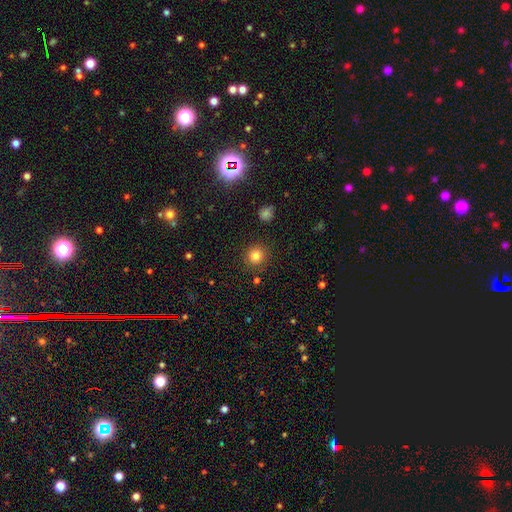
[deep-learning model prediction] Q: Smooth or featured?
A: smooth (82%); runner-up: star or artifact (12%)
Q: How rounded?
A: round (92%); runner-up: in between (7%)
Q: Merging?
A: none (88%); runner-up: minor disturbance (7%)